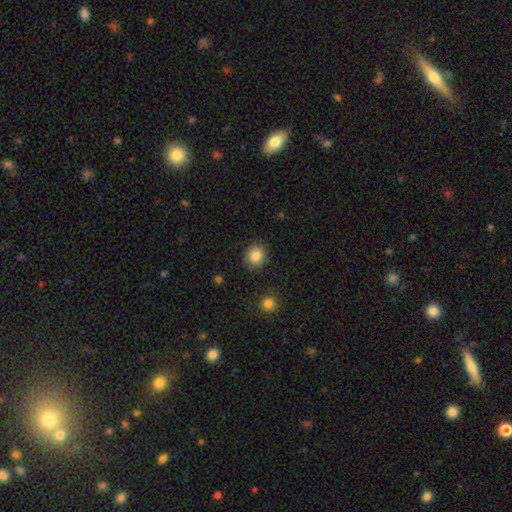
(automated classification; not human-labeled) smooth_or_featured: smooth (p=0.85) [alt: star or artifact p=0.09]
how_rounded: round (p=0.79) [alt: in between p=0.20]
merging: none (p=0.88) [alt: minor disturbance p=0.08]